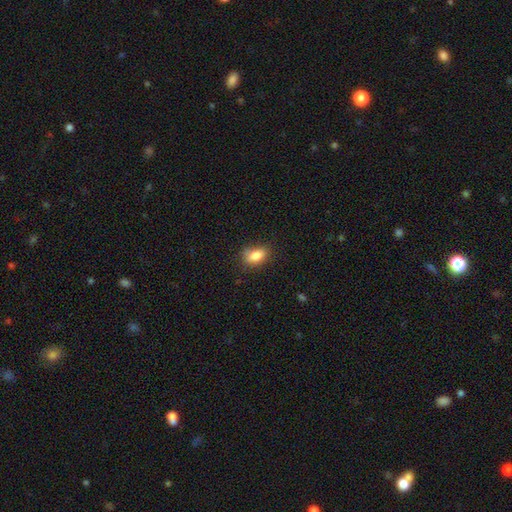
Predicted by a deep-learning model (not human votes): Smooth or featured? Predicted: smooth (p=0.84). How rounded? Predicted: in between (p=0.86). Merging? Predicted: none (p=0.68).